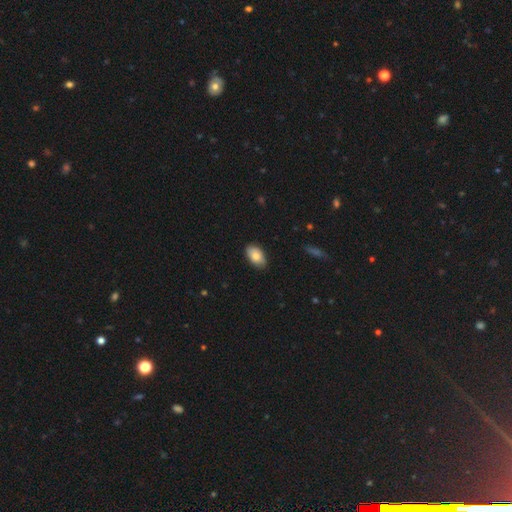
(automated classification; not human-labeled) A smooth galaxy with no disk features (83%) that is in between round and cigar-shaped (92%).

Vote fractions:
- Smooth or featured? smooth: 83% / featured or disk: 10% / star or artifact: 7%
- How rounded? in between: 92% / round: 6% / cigar-shaped: 1%
- Merging? none: 83% / minor disturbance: 14% / major disturbance: 2% / merger: 1%